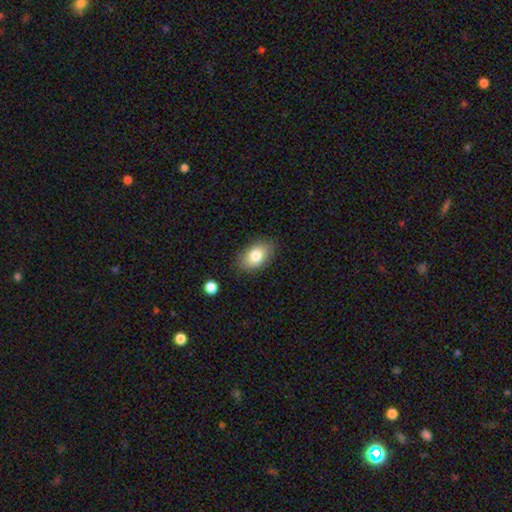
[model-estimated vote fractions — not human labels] Smooth or featured: smooth — 80% (featured or disk — 12%)
How rounded: in between — 89% (round — 10%)
Merging: none — 83% (minor disturbance — 12%)